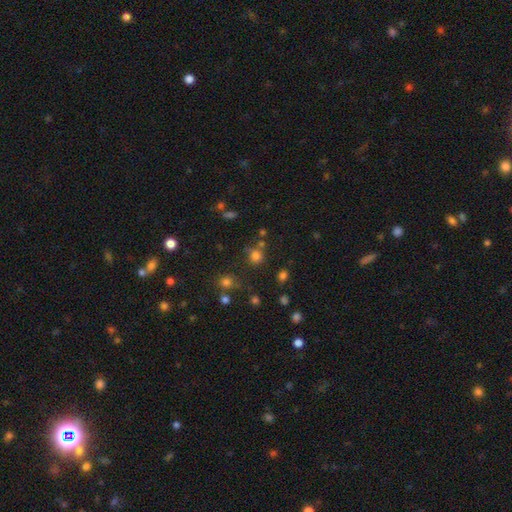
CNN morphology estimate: Overall: smooth (75%). How rounded: round (87%). Merging: none (69%).